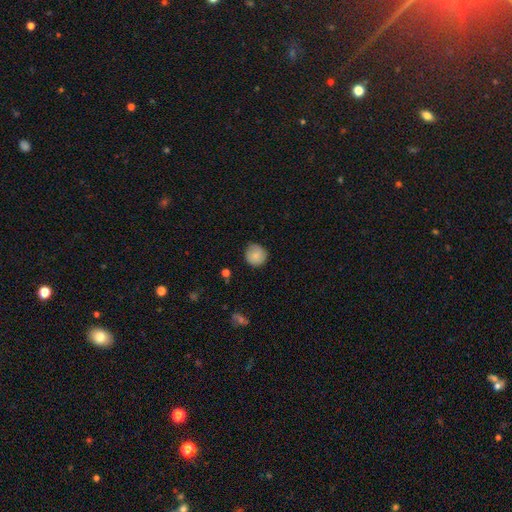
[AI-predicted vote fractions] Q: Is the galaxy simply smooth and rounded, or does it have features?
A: smooth — 80%.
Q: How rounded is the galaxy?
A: round — 92%.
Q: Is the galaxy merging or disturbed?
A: none — 78%.